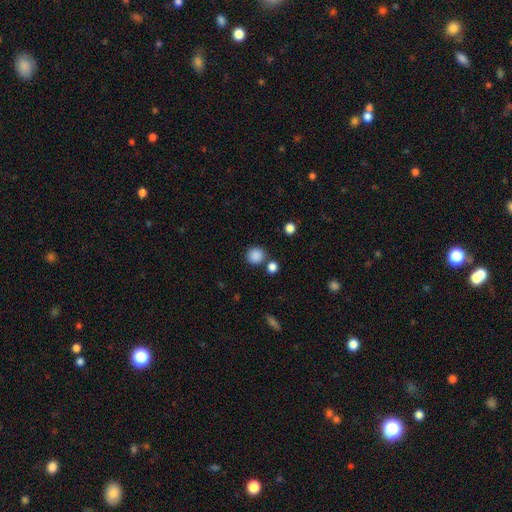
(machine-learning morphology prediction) A smooth galaxy with no disk features (87%) that is round (89%). Merging: none (79%).